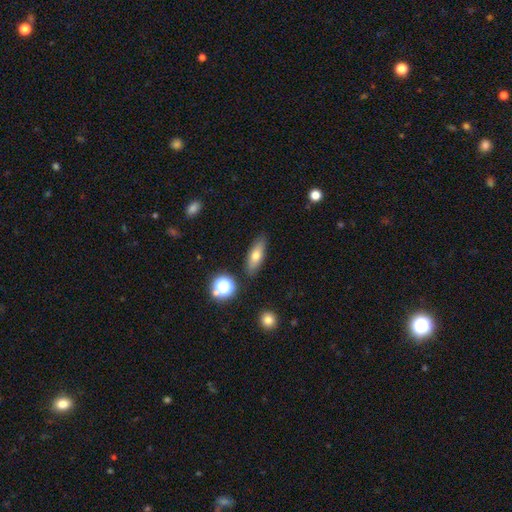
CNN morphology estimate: This is likely a smooth galaxy (67%). How rounded: possibly in between (56%). Merging: clearly none (85%).